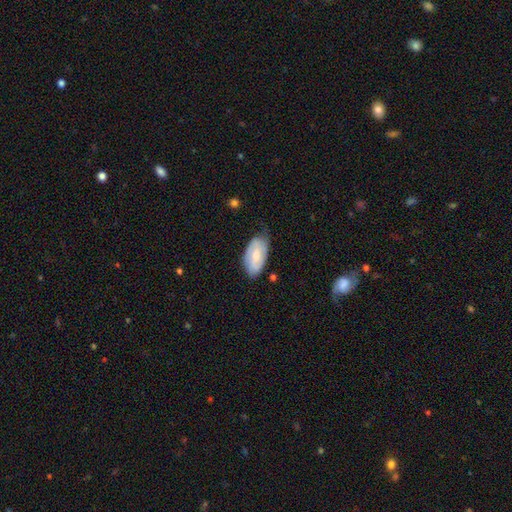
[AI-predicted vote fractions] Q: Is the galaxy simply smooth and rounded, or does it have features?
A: smooth — 48%.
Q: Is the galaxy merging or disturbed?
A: none — 64%.